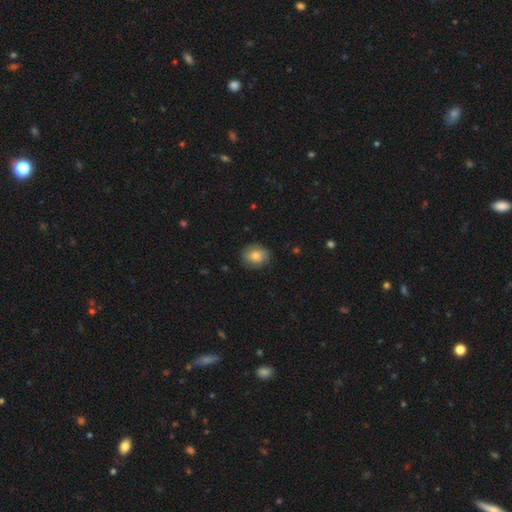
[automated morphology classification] Smooth or featured?
  - smooth: 77% *
  - featured or disk: 16%
  - star or artifact: 8%
How rounded?
  - round: 66% *
  - in between: 33%
  - cigar-shaped: 1%
Merging?
  - none: 82% *
  - minor disturbance: 14%
  - major disturbance: 3%
  - merger: 1%